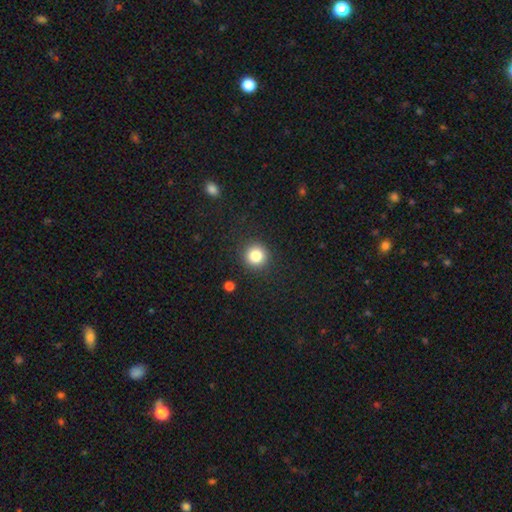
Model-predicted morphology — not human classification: Smooth or featured? Predicted: smooth (p=0.83). How rounded? Predicted: round (p=0.94). Merging? Predicted: none (p=0.91).